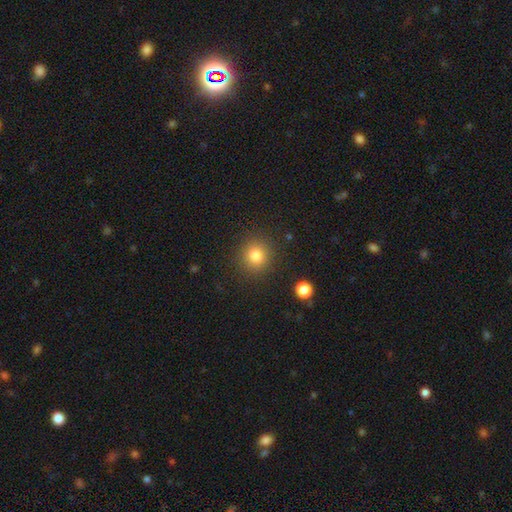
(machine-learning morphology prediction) A smooth galaxy with no disk features (82%) that is round (89%). Merging: none (88%).